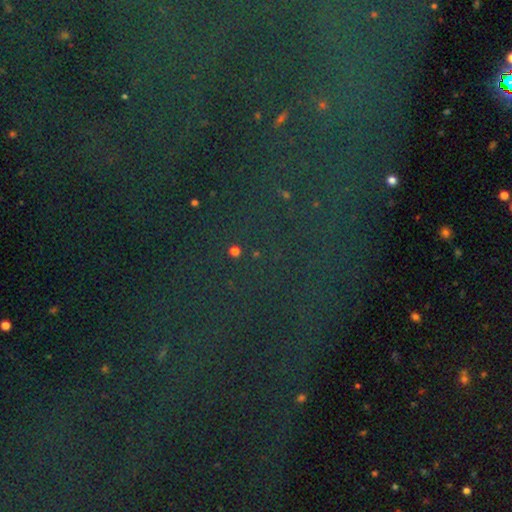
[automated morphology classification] star or artifact 81%, smooth 11%, featured or disk 8%.